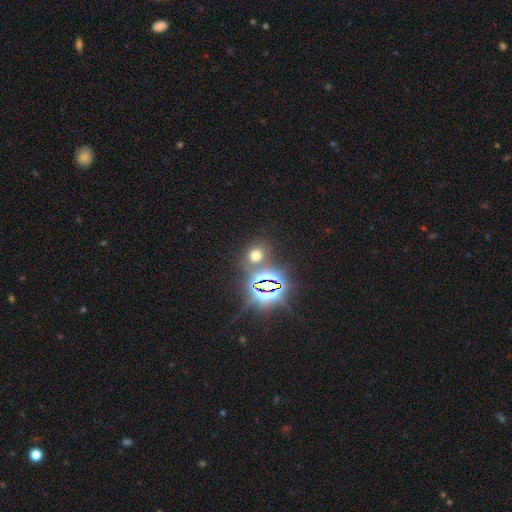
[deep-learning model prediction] This appears to be a smooth galaxy with no disk features (50%) that is round (73%). Merging: none (76%).